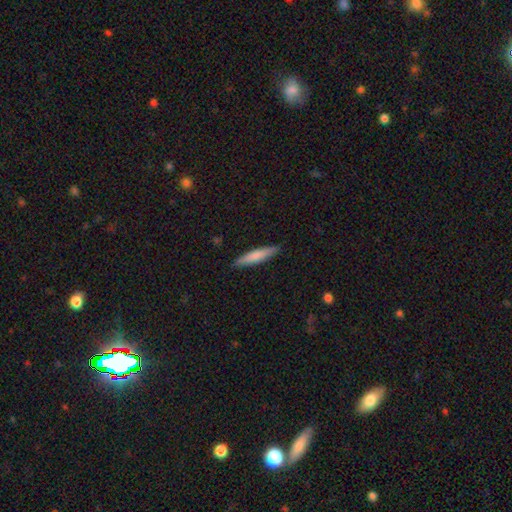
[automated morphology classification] Smooth or featured: smooth — 75% (featured or disk — 20%)
How rounded: cigar-shaped — 88% (in between — 11%)
Merging: none — 89% (minor disturbance — 8%)